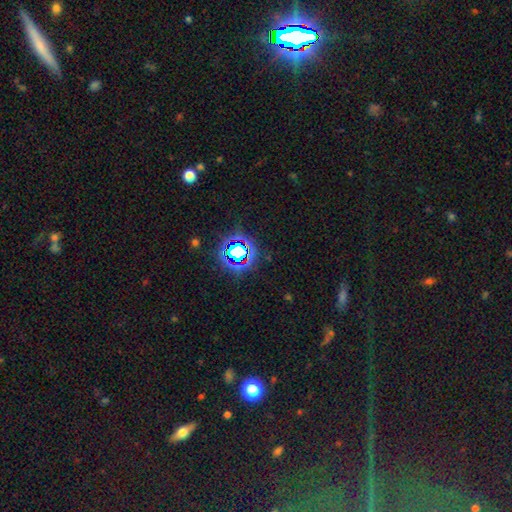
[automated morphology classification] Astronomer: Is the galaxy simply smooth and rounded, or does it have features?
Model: star or artifact — 79%.